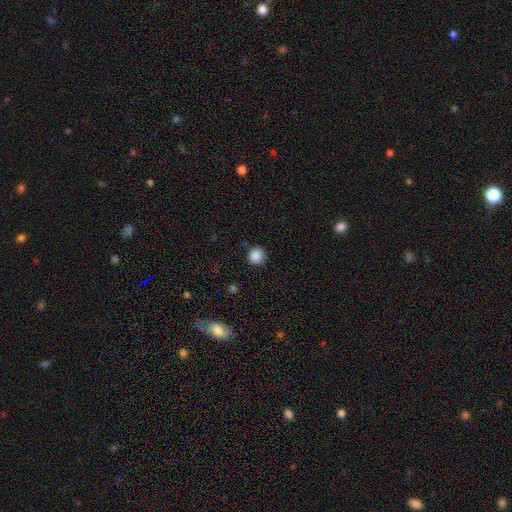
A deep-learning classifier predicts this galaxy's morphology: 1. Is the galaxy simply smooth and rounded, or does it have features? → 87% smooth, 10% star or artifact, 3% featured or disk.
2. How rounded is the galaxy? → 92% round, 7% in between, 1% cigar-shaped.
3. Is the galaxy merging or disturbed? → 90% none, 7% minor disturbance, 2% major disturbance, 1% merger.